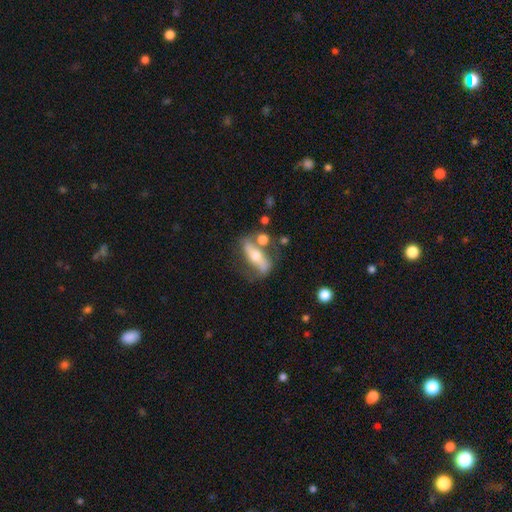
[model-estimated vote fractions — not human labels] This is likely a featured or disk galaxy (63%). It is possibly not viewed edge-on (59%). Merging: possibly none (56%).